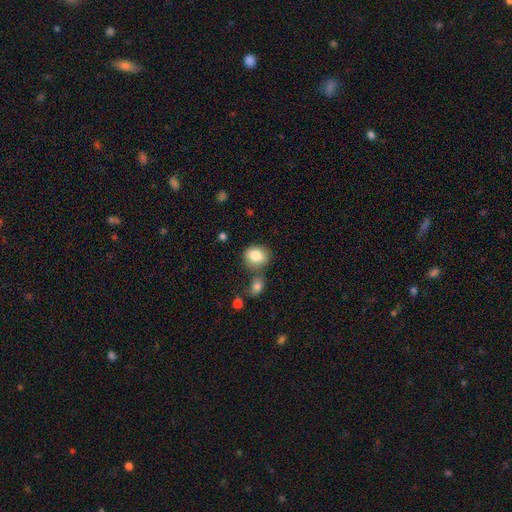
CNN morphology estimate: Smooth or featured: smooth — 83% (star or artifact — 9%)
How rounded: round — 61% (in between — 38%)
Merging: none — 66% (merger — 15%)